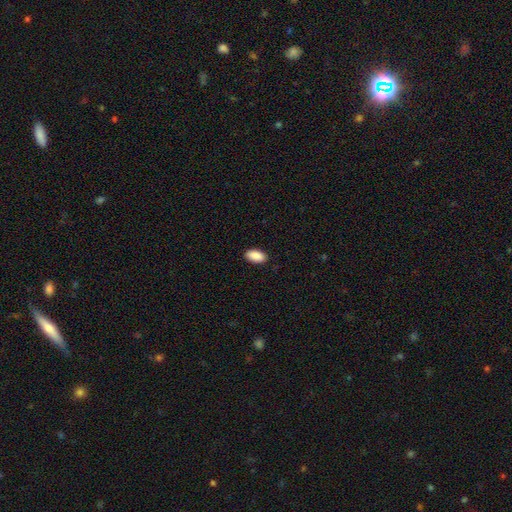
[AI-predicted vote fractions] Smooth or featured: smooth — 91% (star or artifact — 6%)
How rounded: in between — 94% (cigar-shaped — 3%)
Merging: none — 90% (minor disturbance — 7%)